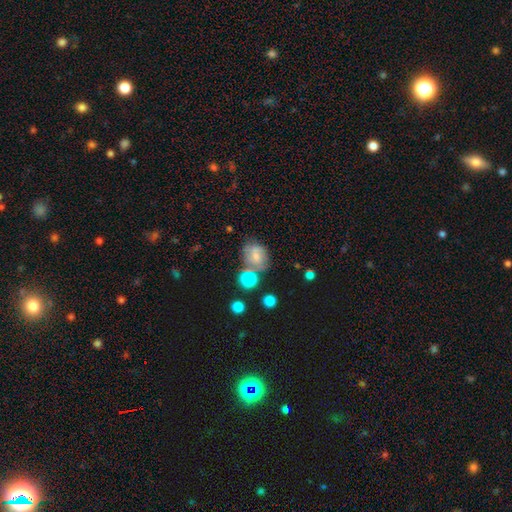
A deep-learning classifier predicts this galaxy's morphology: This appears to be a smooth galaxy with no disk features (56%) that is in between round and cigar-shaped (53%). Merging: none (47%).